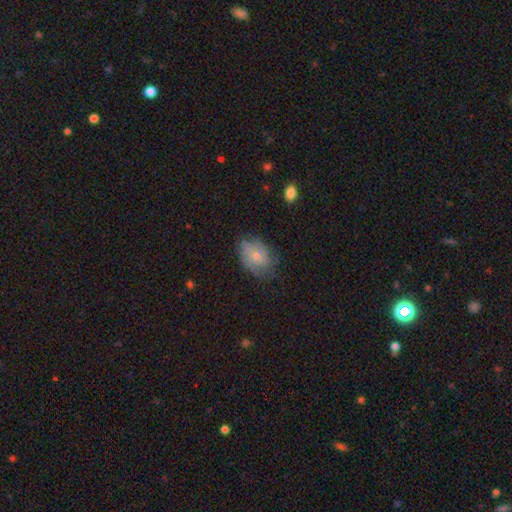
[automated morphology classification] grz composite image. It shows a smooth galaxy with no disk features (56%) that is in between round and cigar-shaped (71%). Merging: none (59%).